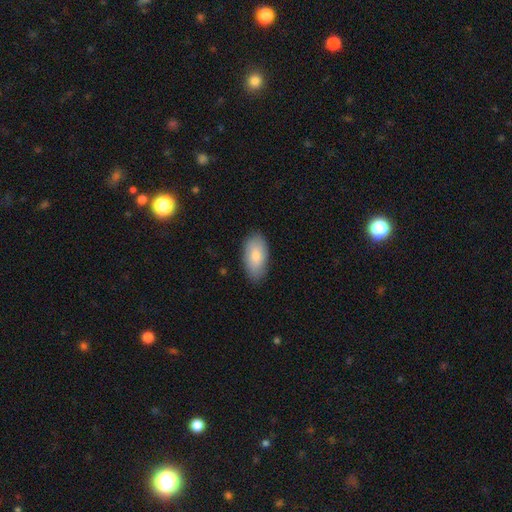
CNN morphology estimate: This appears to be a smooth galaxy with no disk features (82%) that is in between round and cigar-shaped (94%). Merging: none (83%).